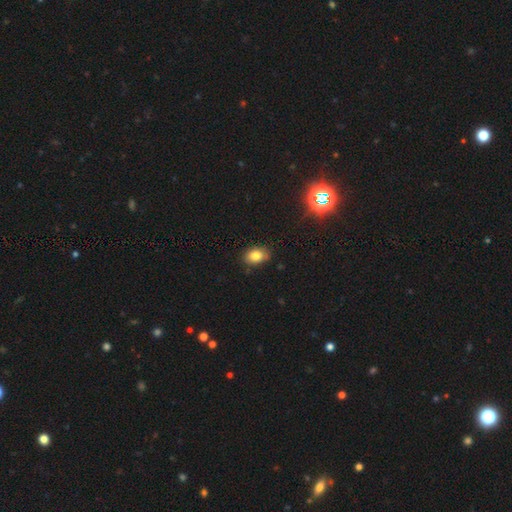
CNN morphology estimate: type=smooth (82%); roundness=in between (80%); merging=none (81%).